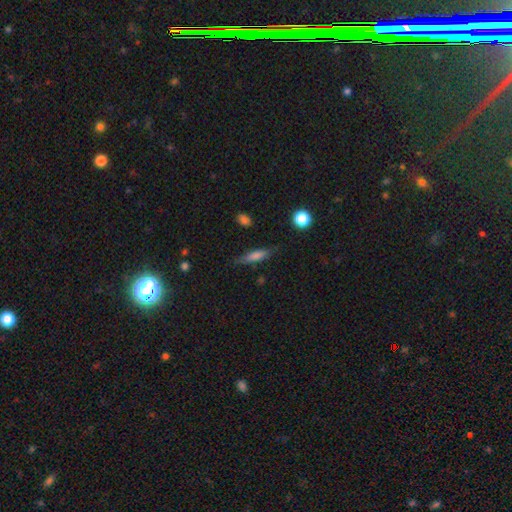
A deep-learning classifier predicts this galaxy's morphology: Overall: smooth (70%). How rounded: cigar-shaped (71%). Merging: none (77%).